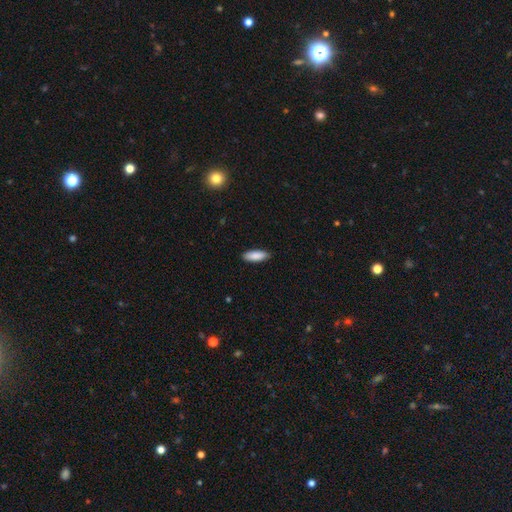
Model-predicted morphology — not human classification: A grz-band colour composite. It shows a smooth galaxy with no disk features (89%) that is in between round and cigar-shaped (66%). Merging: none (88%).